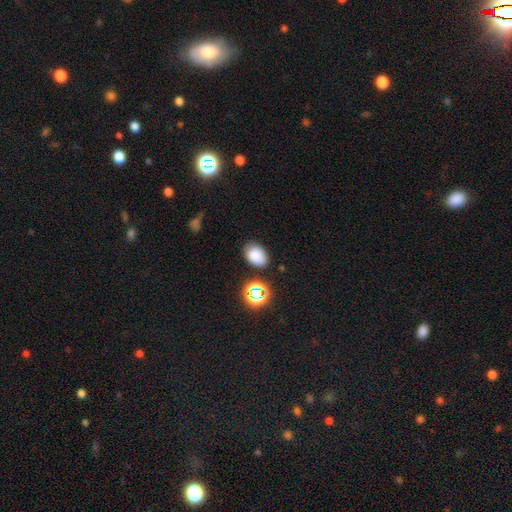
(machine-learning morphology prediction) A smooth galaxy with no disk features (80%) that is in between round and cigar-shaped (81%). Merging: none (79%).